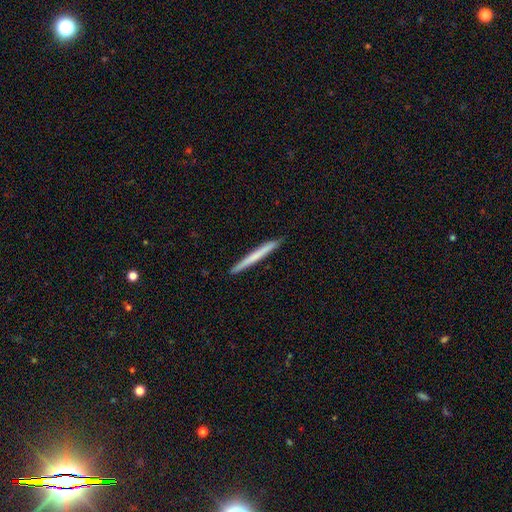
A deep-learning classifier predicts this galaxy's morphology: Smooth or featured?
  - smooth: 61% *
  - featured or disk: 34%
  - star or artifact: 5%
How rounded?
  - cigar-shaped: 97% *
  - in between: 2%
  - round: 1%
Merging?
  - none: 92% *
  - minor disturbance: 5%
  - major disturbance: 1%
  - merger: 1%